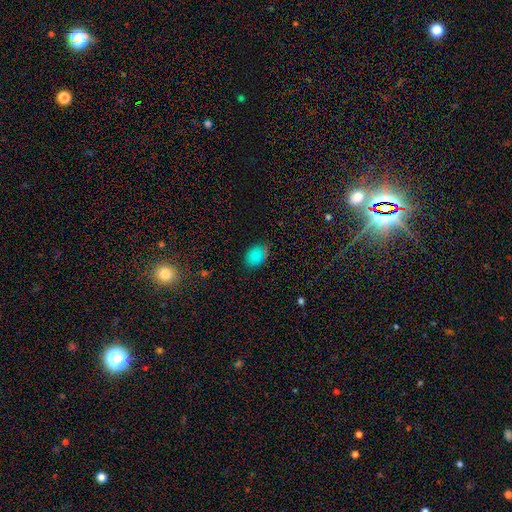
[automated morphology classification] smooth 80%, star or artifact 14%, featured or disk 5%. Down the decision tree: how rounded — in between (74%); merging — none (69%).